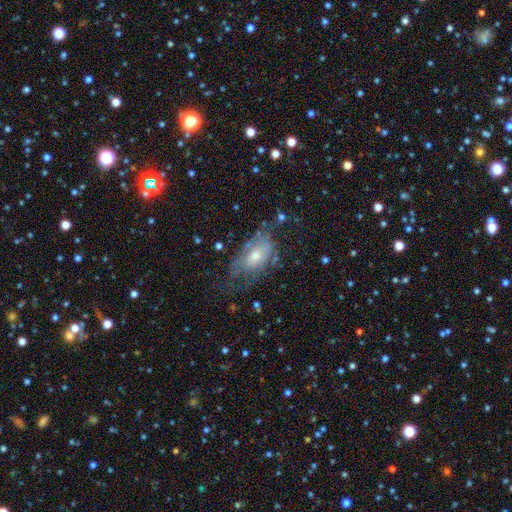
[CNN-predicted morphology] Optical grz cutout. It shows a featured or disk galaxy (55%). Merging: none (44%).